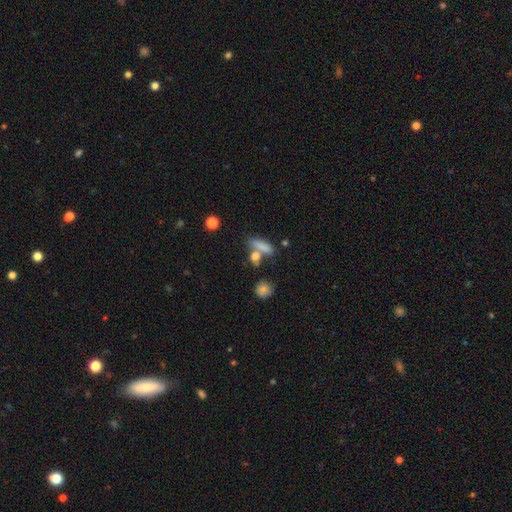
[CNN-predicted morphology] smooth 69%, featured or disk 18%, star or artifact 13%. Down the decision tree: how rounded — cigar-shaped (51%); merging — none (59%).